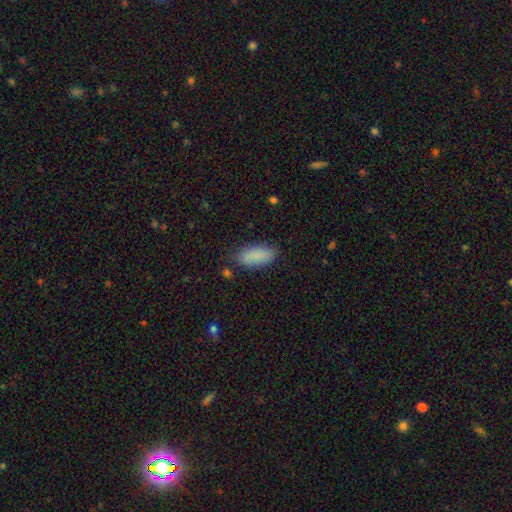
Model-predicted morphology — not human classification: smooth-or-featured: smooth: 88% | star or artifact: 7% | featured or disk: 5%
  how-rounded: in between: 84% | cigar-shaped: 14% | round: 2%
  merging: none: 82% | minor disturbance: 13% | major disturbance: 3% | merger: 2%